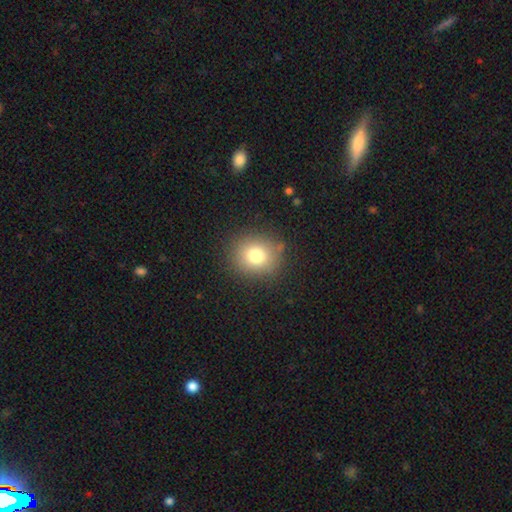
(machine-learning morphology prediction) smooth_or_featured: smooth (p=0.78) [alt: star or artifact p=0.13]
how_rounded: round (p=0.84) [alt: in between p=0.15]
merging: none (p=0.86) [alt: minor disturbance p=0.09]